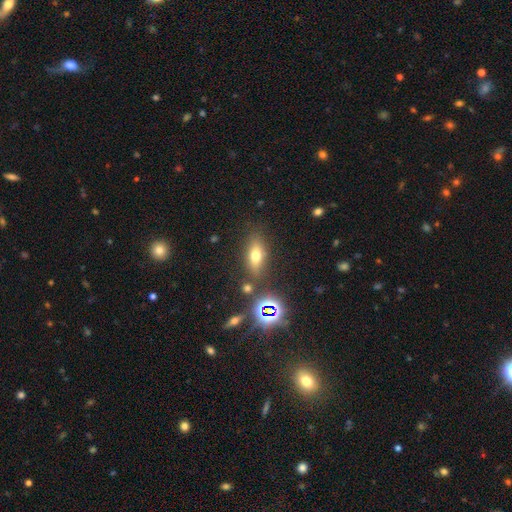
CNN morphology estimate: type=smooth (58%); roundness=in between (65%); merging=none (78%).